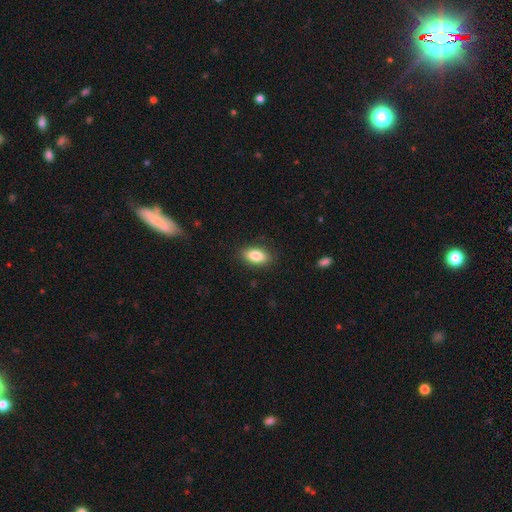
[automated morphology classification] A smooth galaxy with no disk features (85%) that is in between round and cigar-shaped (90%).

Vote fractions:
- Smooth or featured? smooth: 85% / featured or disk: 8% / star or artifact: 7%
- How rounded? in between: 90% / cigar-shaped: 5% / round: 5%
- Merging? none: 87% / minor disturbance: 9% / major disturbance: 2% / merger: 1%